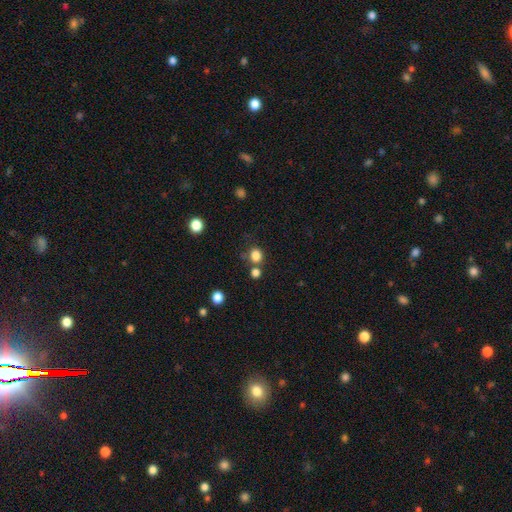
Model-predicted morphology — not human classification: Smooth or featured?
  - smooth: 82% *
  - star or artifact: 13%
  - featured or disk: 5%
How rounded?
  - round: 80% *
  - in between: 19%
  - cigar-shaped: 1%
Merging?
  - none: 68% *
  - merger: 16%
  - minor disturbance: 11%
  - major disturbance: 5%